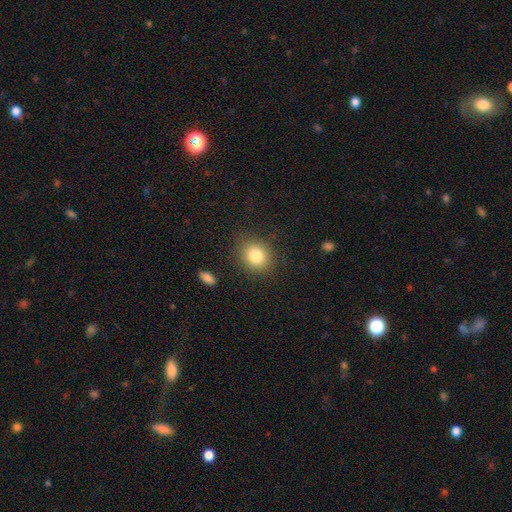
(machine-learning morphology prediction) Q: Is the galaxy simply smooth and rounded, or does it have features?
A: smooth — 81%.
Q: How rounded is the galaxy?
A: round — 68%.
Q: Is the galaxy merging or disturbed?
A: none — 85%.